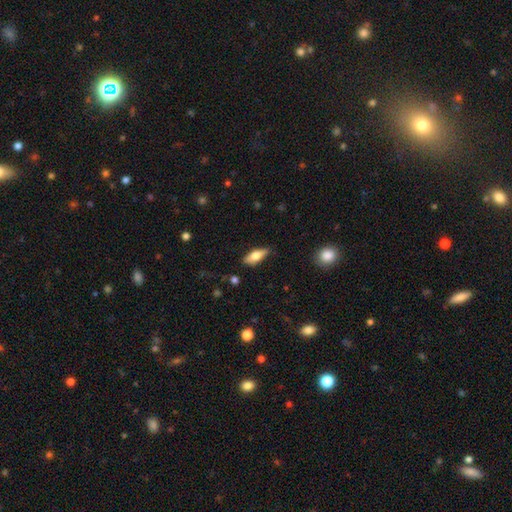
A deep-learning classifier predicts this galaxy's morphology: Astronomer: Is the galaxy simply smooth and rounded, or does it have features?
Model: smooth — 67%.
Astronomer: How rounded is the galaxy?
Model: in between — 71%.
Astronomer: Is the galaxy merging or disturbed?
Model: none — 78%.